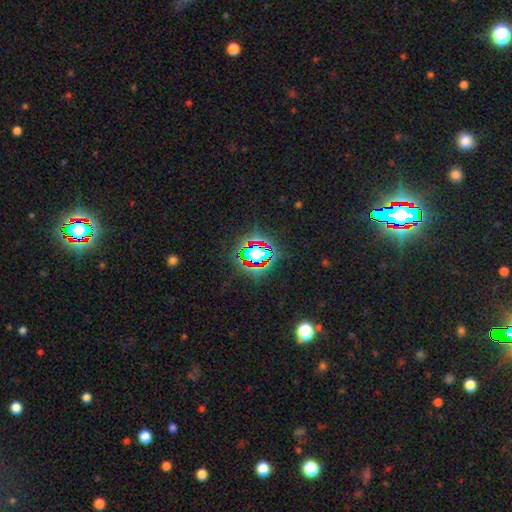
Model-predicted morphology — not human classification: type=star or artifact (65%).